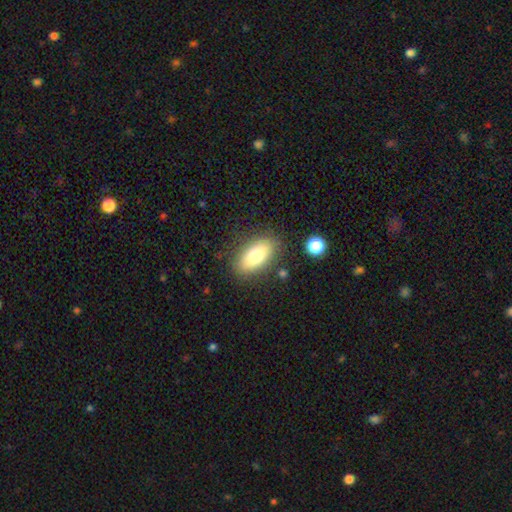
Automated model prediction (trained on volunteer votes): smooth-or-featured: smooth: 76% | featured or disk: 16% | star or artifact: 8%
  how-rounded: in between: 86% | cigar-shaped: 10% | round: 4%
  merging: none: 82% | minor disturbance: 12% | major disturbance: 4% | merger: 3%